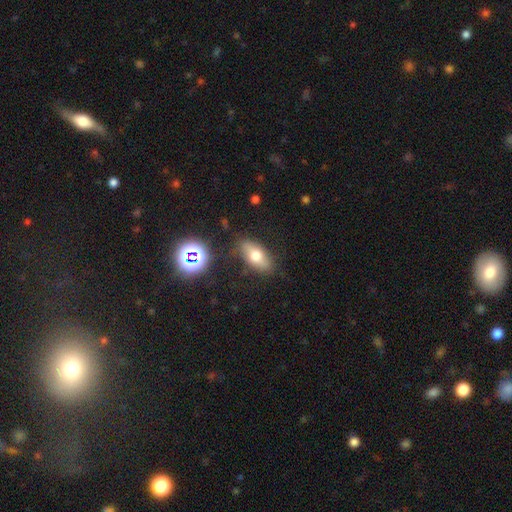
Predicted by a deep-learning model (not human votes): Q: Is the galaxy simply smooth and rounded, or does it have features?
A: smooth — 65%.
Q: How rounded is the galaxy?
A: in between — 83%.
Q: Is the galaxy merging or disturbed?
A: none — 81%.